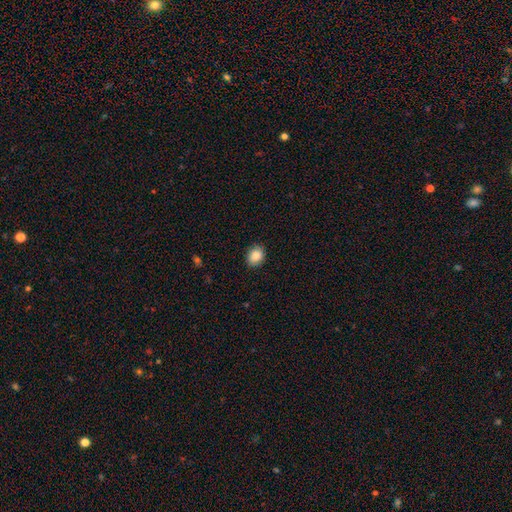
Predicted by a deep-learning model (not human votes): The model was most divided on "how rounded": round: 54%, in between: 45%, cigar-shaped: 1%. More confident: smooth or featured — smooth (88%); merging — none (85%).